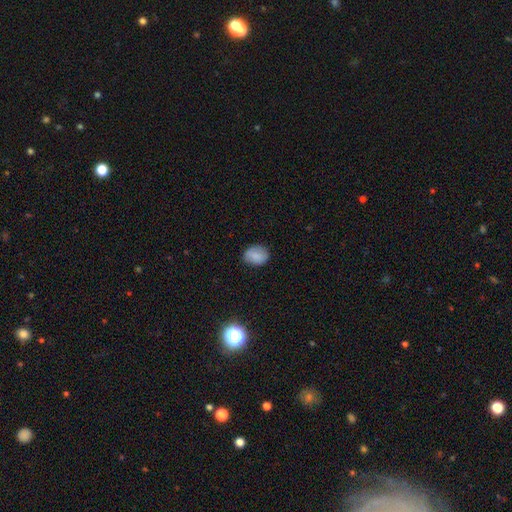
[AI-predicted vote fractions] This is clearly a smooth galaxy (81%). How rounded: possibly in between (52%). Merging: clearly none (80%).